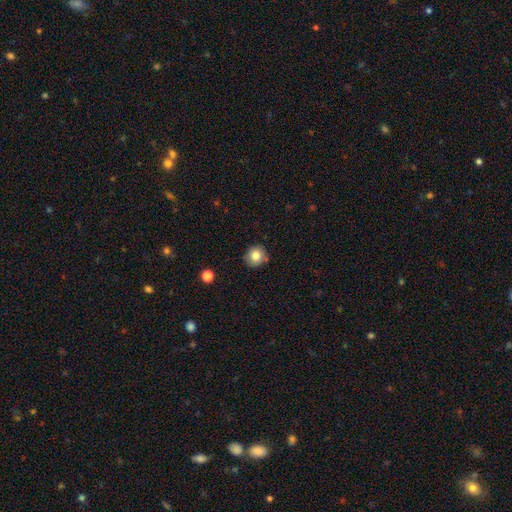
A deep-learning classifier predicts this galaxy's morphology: This is clearly a smooth galaxy (81%). How rounded: clearly round (88%). Merging: clearly none (84%).